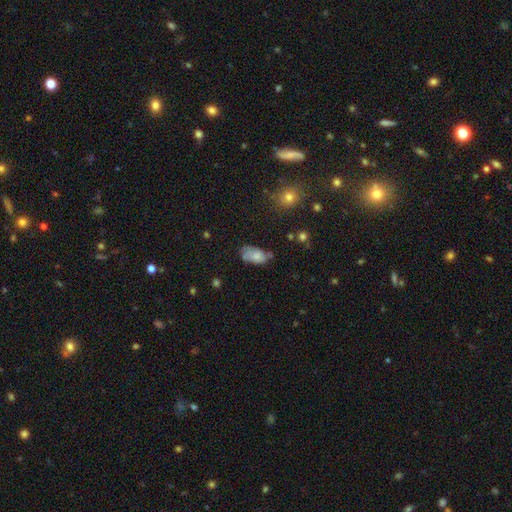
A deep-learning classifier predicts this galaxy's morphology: This appears to be a smooth galaxy with no disk features (74%) that is in between round and cigar-shaped (92%). Merging: none (47%).